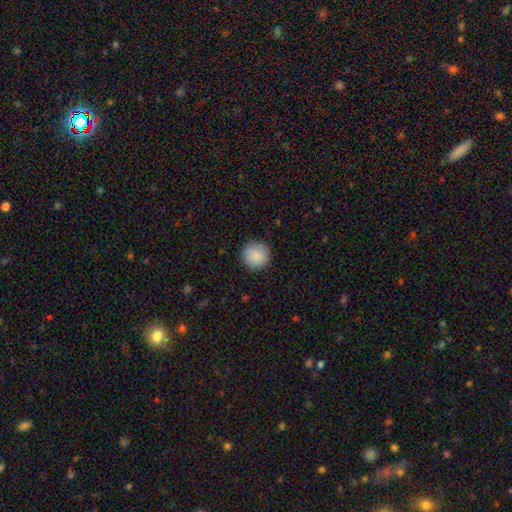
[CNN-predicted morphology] Q: Smooth or featured?
A: smooth (88%); runner-up: star or artifact (7%)
Q: How rounded?
A: round (95%); runner-up: in between (4%)
Q: Merging?
A: none (90%); runner-up: minor disturbance (7%)